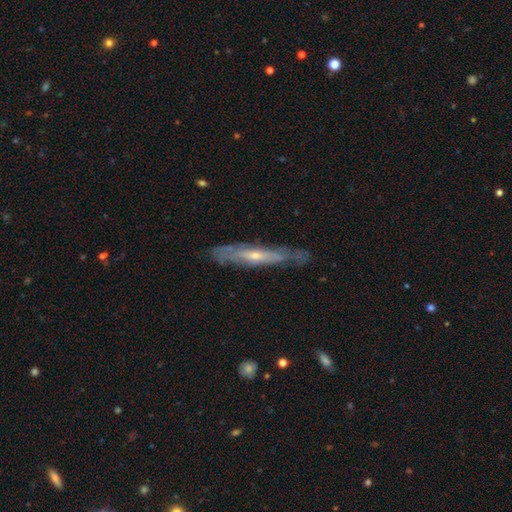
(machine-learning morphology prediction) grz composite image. It shows a featured or disk galaxy (72%) viewed edge-on (68%). Merging: none (73%).